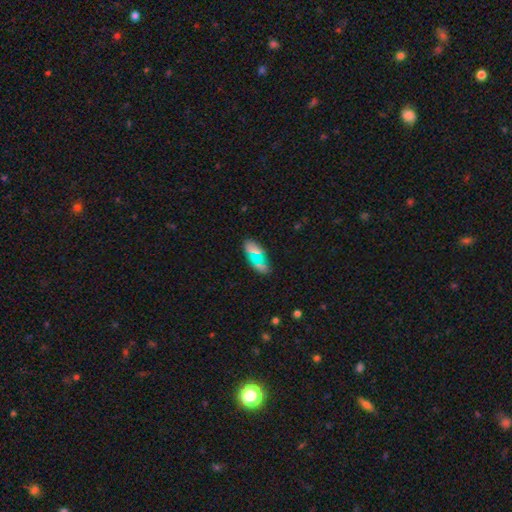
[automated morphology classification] smooth-or-featured: smooth: 61% | star or artifact: 24% | featured or disk: 15%
  how-rounded: in between: 88% | cigar-shaped: 7% | round: 5%
  merging: none: 77% | minor disturbance: 14% | major disturbance: 5% | merger: 4%